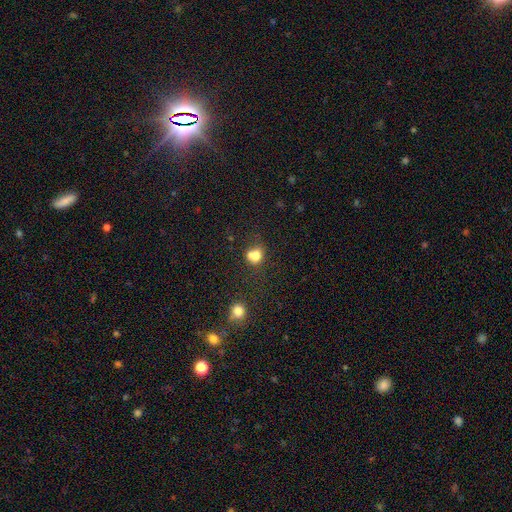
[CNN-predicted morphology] This is likely a smooth galaxy (75%). How rounded: likely round (67%). Merging: marginally merger (42%).